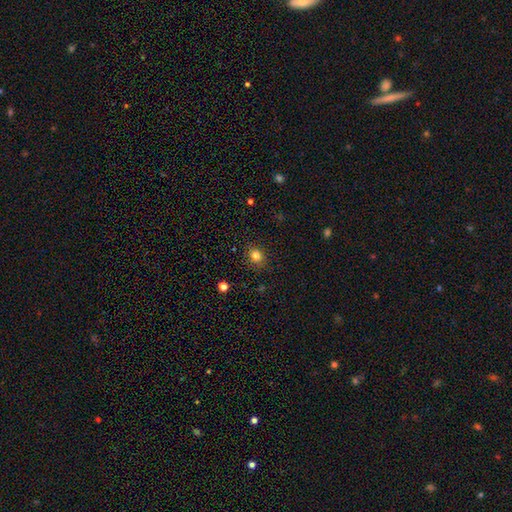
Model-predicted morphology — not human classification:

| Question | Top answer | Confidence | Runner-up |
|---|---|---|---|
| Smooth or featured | smooth | 82% | star or artifact (12%) |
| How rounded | round | 61% | in between (38%) |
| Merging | none | 86% | minor disturbance (10%) |